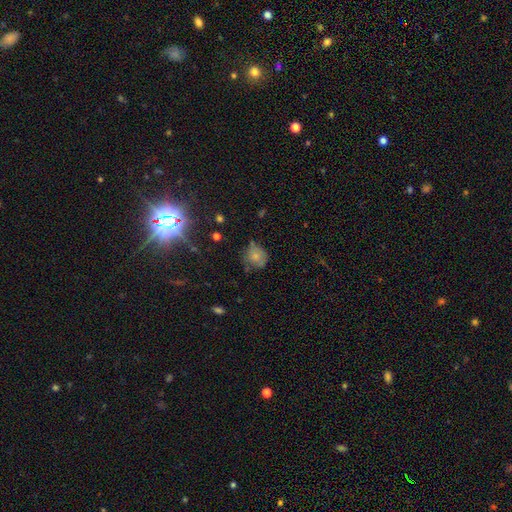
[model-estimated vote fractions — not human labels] smooth_or_featured: smooth (p=0.71) [alt: featured or disk p=0.15]
how_rounded: round (p=0.79) [alt: in between p=0.20]
merging: none (p=0.61) [alt: minor disturbance p=0.26]